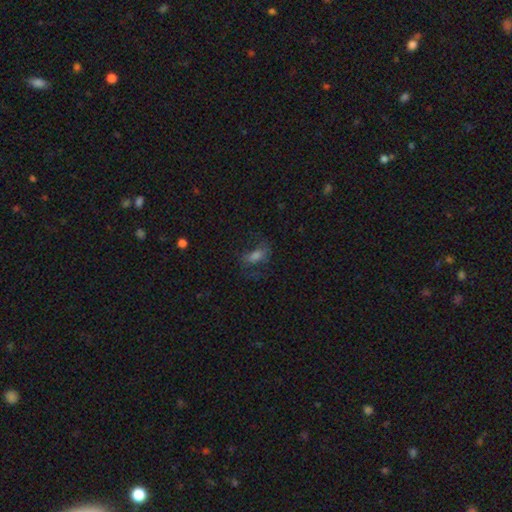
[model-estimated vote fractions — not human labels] Smooth or featured?
  - smooth: 52% *
  - featured or disk: 27%
  - star or artifact: 21%
How rounded?
  - in between: 80% *
  - round: 12%
  - cigar-shaped: 9%
Merging?
  - none: 54% *
  - major disturbance: 23%
  - minor disturbance: 20%
  - merger: 2%